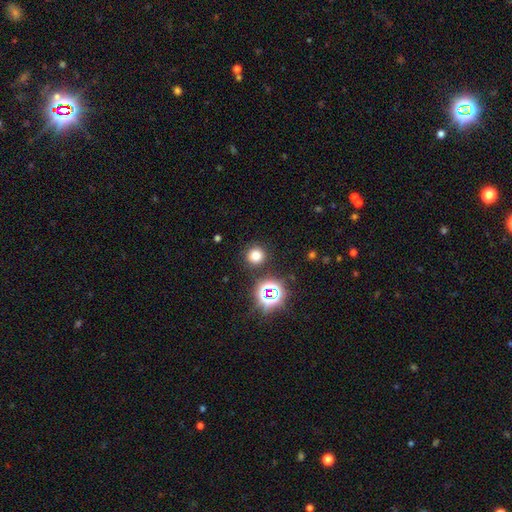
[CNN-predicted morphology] This is likely a smooth galaxy (70%). How rounded: clearly round (92%). Merging: clearly none (87%).